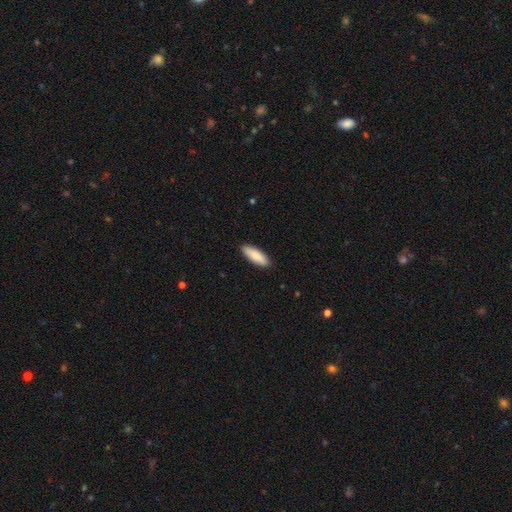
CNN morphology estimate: Smooth or featured? Predicted: smooth (p=0.87). How rounded? Predicted: in between (p=0.56). Merging? Predicted: none (p=0.90).